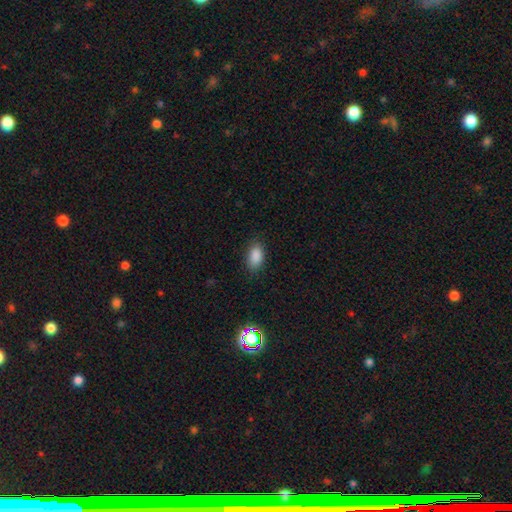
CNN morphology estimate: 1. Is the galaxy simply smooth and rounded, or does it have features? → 88% smooth, 9% star or artifact, 4% featured or disk.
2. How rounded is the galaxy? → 91% in between, 6% round, 3% cigar-shaped.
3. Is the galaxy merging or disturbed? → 84% none, 12% minor disturbance, 3% major disturbance, 1% merger.